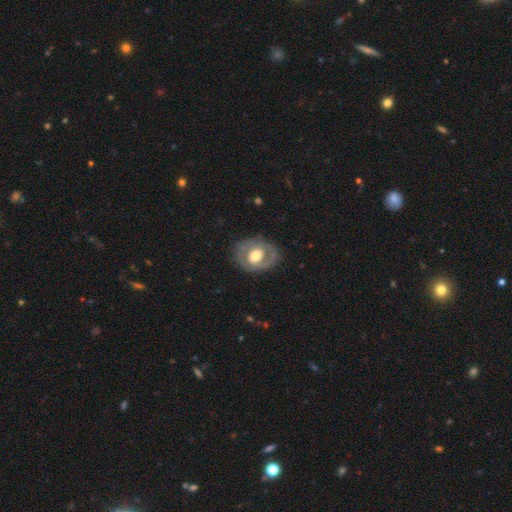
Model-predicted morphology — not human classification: A featured or disk galaxy (59%) with no bar (65%), no spiral arms (66%) and a moderate central bulge (58%).

Vote fractions:
- Smooth or featured? featured or disk: 59% / smooth: 36% / star or artifact: 5%
- Edge-on disk? no: 95% / yes: 5%
- Bar? no: 65% / weak: 26% / strong: 9%
- Spiral arms? no: 66% / yes: 34%
- Bulge size? moderate: 58% / large: 34% / small: 6% / dominant: 2% / none: 1%
- Merging? none: 77% / minor disturbance: 15% / major disturbance: 6% / merger: 1%